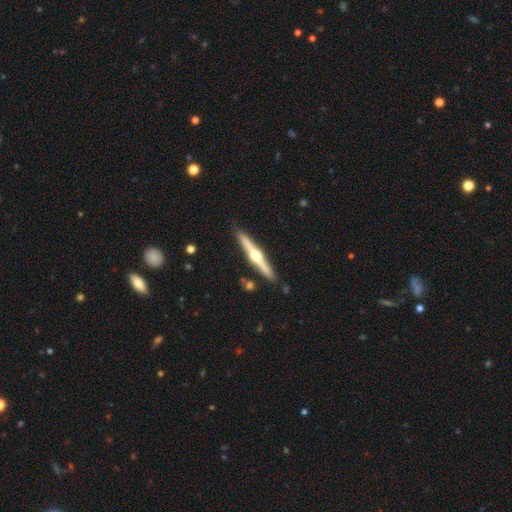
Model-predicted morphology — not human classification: This is likely a featured or disk galaxy (78%). It is clearly viewed edge-on (98%). Edge-on bulge: clearly rounded (96%). Merging: clearly none (89%).